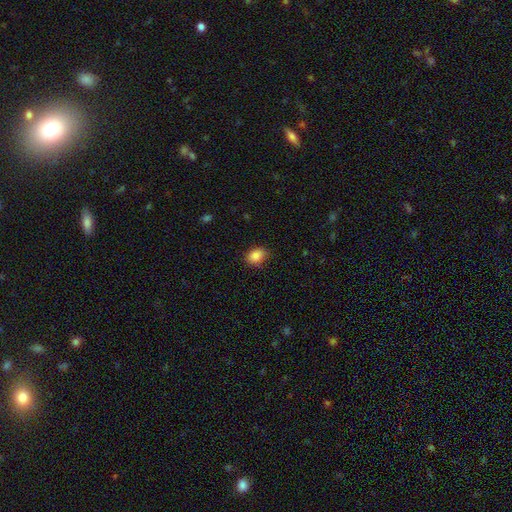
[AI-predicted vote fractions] Morphology: type=smooth (87%); roundness=in between (62%); merging=none (80%).